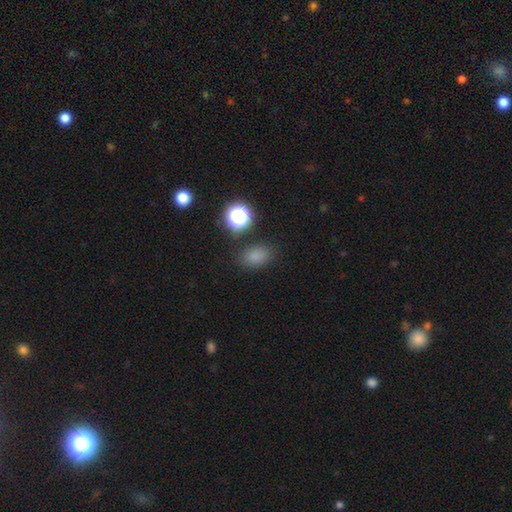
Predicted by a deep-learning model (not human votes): This appears to be a smooth galaxy with no disk features (77%) that is in between round and cigar-shaped (73%). Merging: none (78%).